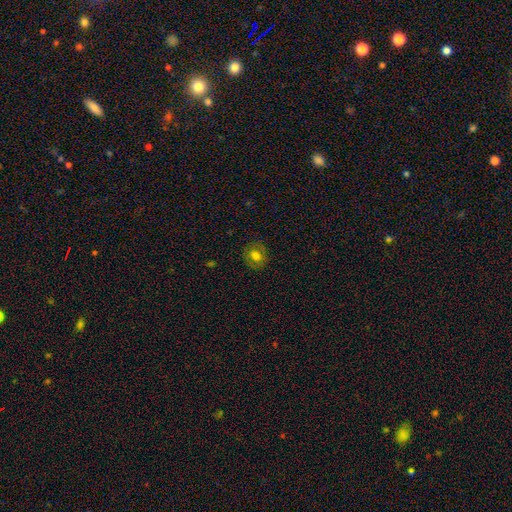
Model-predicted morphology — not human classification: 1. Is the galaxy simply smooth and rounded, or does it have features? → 68% smooth, 21% featured or disk, 11% star or artifact.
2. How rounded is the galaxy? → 74% round, 25% in between, 1% cigar-shaped.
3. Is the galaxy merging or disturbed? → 83% none, 12% minor disturbance, 4% major disturbance, 1% merger.